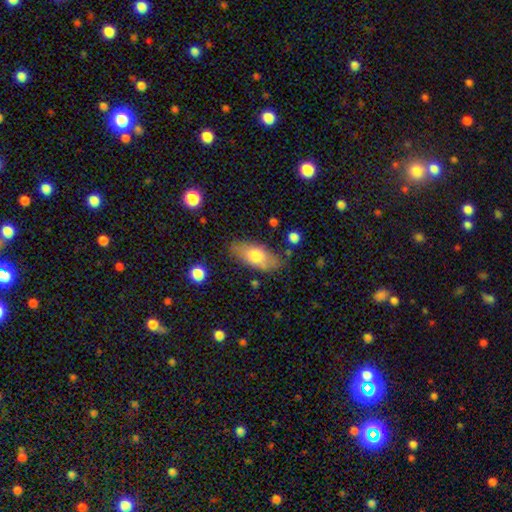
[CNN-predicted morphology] Q: Smooth or featured?
A: smooth (70%); runner-up: featured or disk (24%)
Q: How rounded?
A: in between (86%); runner-up: cigar-shaped (10%)
Q: Merging?
A: none (74%); runner-up: minor disturbance (18%)